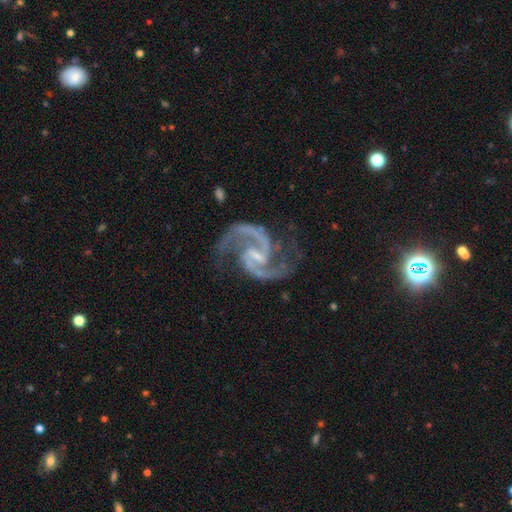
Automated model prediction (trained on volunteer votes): A featured or disk galaxy (94%) with a weak bar (54%), 2 (94%) medium (67%) spiral arms (99%) and a small central bulge (54%). Merging: none (72%).